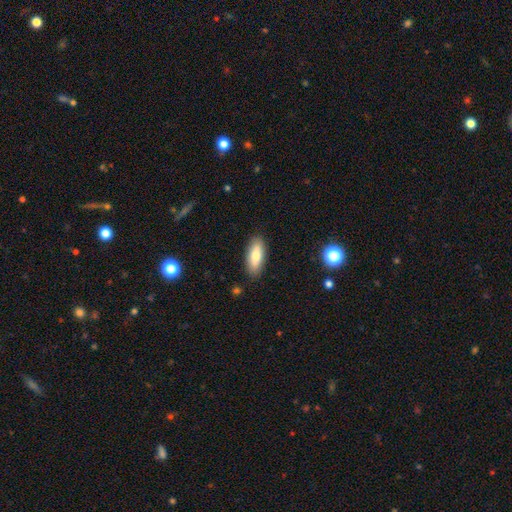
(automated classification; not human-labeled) Morphology: type=smooth (77%); roundness=in between (75%); merging=none (87%).